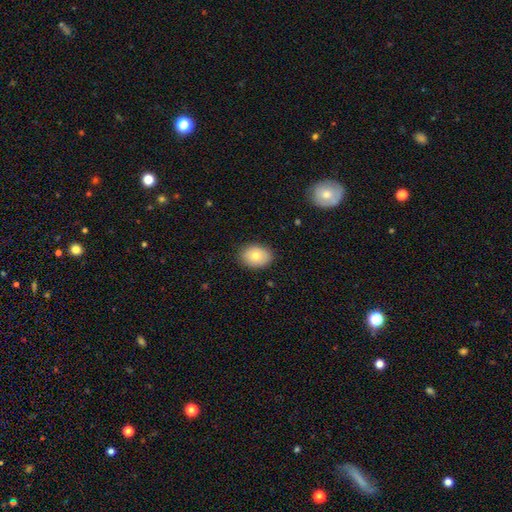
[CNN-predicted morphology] smooth 76%, featured or disk 16%, star or artifact 8%. Down the decision tree: how rounded — in between (69%); merging — none (85%).